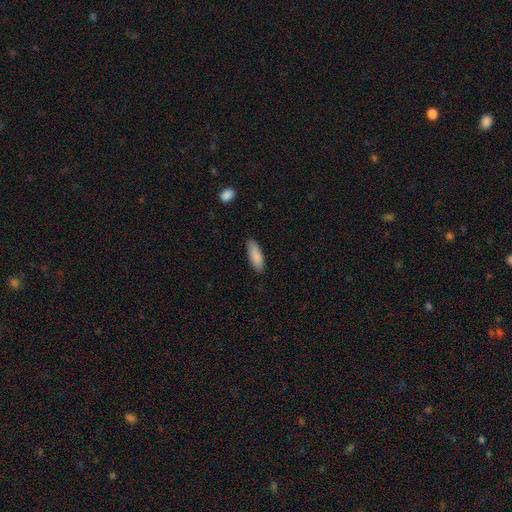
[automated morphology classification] A smooth galaxy with no disk features (88%) that is in between round and cigar-shaped (56%). Merging: none (86%).